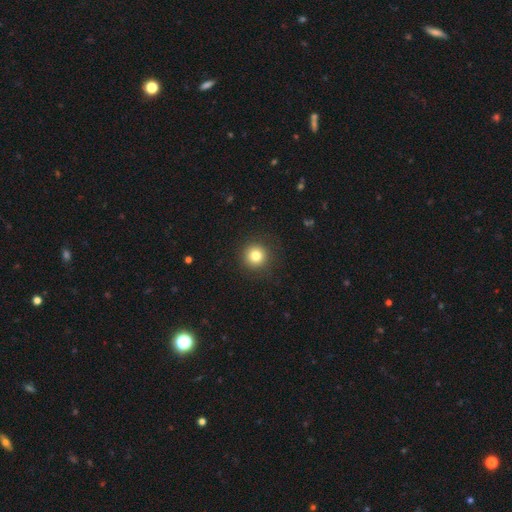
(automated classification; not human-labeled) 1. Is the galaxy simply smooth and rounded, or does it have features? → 82% smooth, 12% star or artifact, 7% featured or disk.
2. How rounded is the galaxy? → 95% round, 4% in between, 1% cigar-shaped.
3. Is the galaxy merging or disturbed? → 91% none, 6% minor disturbance, 3% major disturbance, 1% merger.